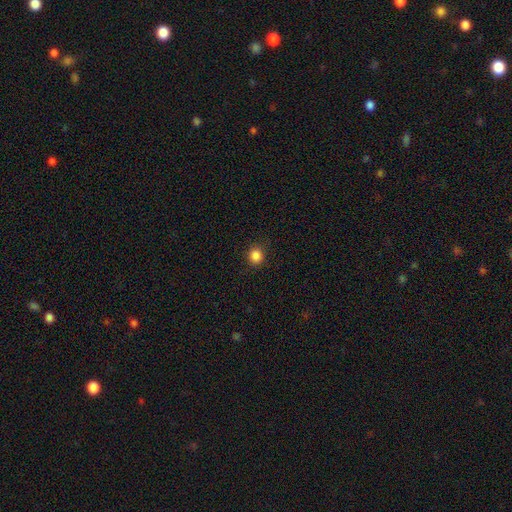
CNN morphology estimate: This appears to be a smooth galaxy with no disk features (86%) that is round (86%). Merging: none (89%).